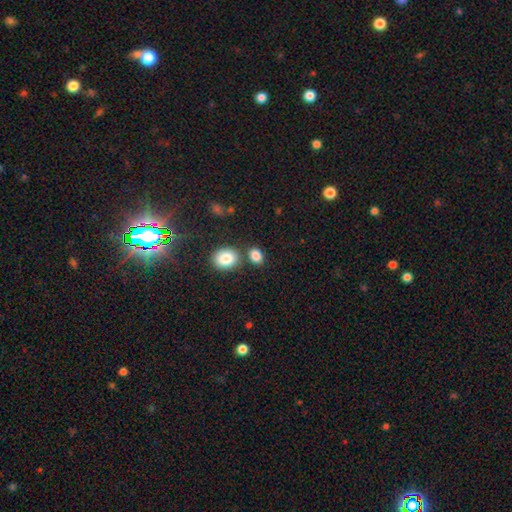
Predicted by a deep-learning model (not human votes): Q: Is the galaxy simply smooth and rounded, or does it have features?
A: smooth — 85%.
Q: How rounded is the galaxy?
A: in between — 62%.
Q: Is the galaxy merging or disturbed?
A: none — 68%.